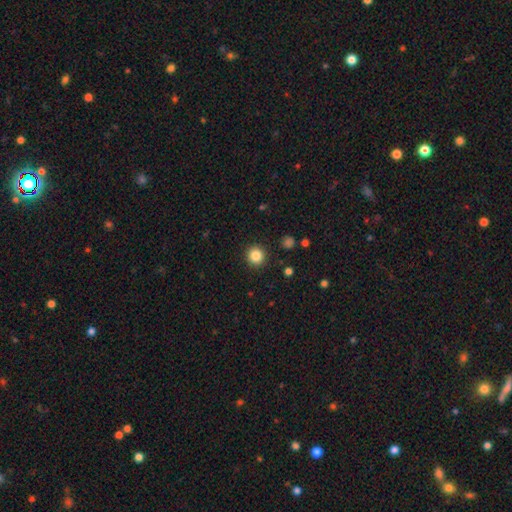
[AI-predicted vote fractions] Smooth or featured?
  - smooth: 85% *
  - star or artifact: 11%
  - featured or disk: 4%
How rounded?
  - round: 94% *
  - in between: 6%
  - cigar-shaped: 1%
Merging?
  - none: 92% *
  - minor disturbance: 5%
  - major disturbance: 2%
  - merger: 1%